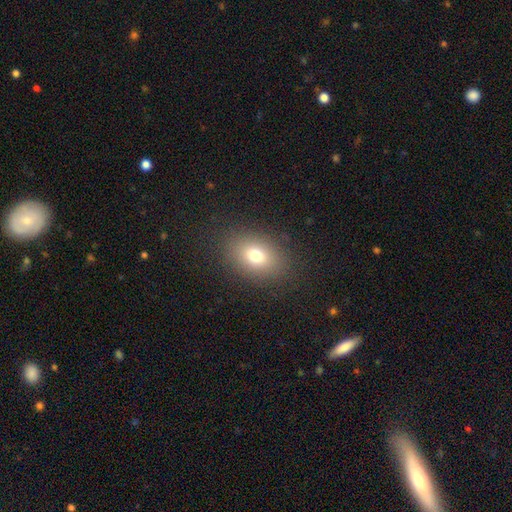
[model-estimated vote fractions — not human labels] Q: Smooth or featured?
A: smooth (74%); runner-up: star or artifact (14%)
Q: How rounded?
A: in between (70%); runner-up: round (28%)
Q: Merging?
A: none (86%); runner-up: minor disturbance (9%)